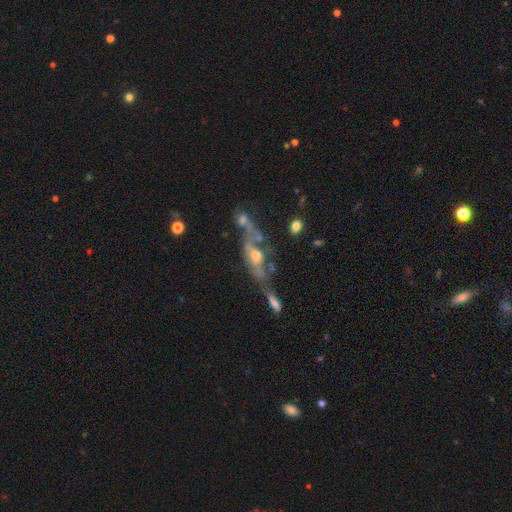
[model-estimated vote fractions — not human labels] Smooth or featured?
  - featured or disk: 64% *
  - smooth: 24%
  - star or artifact: 12%
Edge-on disk?
  - no: 72% *
  - yes: 28%
Merging?
  - merger: 39% *
  - major disturbance: 25%
  - none: 21%
  - minor disturbance: 14%